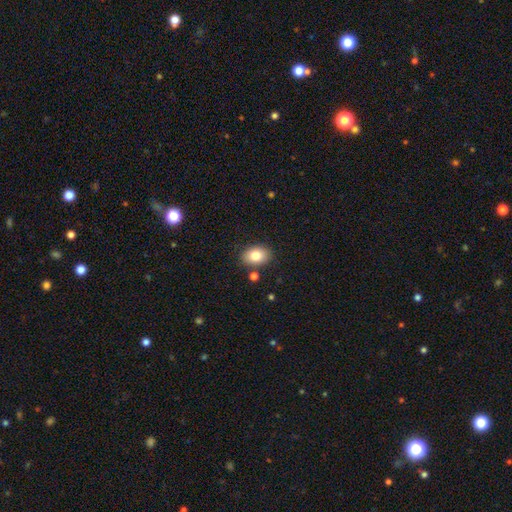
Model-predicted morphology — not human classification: A smooth galaxy with no disk features (82%) that is in between round and cigar-shaped (78%).

Vote fractions:
- Smooth or featured? smooth: 82% / featured or disk: 9% / star or artifact: 8%
- How rounded? in between: 78% / round: 21% / cigar-shaped: 1%
- Merging? none: 83% / minor disturbance: 10% / merger: 4% / major disturbance: 3%